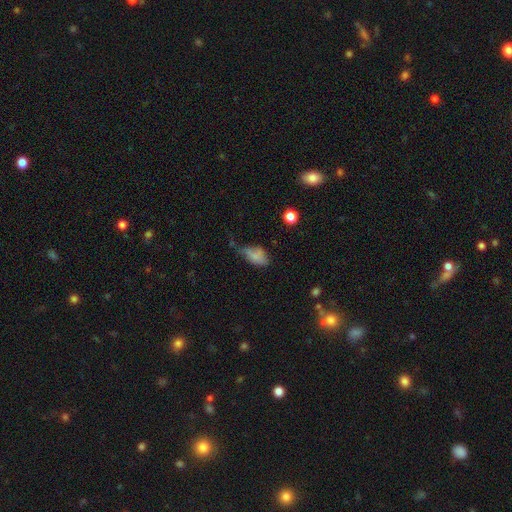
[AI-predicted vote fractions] smooth 70%, featured or disk 18%, star or artifact 12%. Down the decision tree: how rounded — in between (89%); merging — minor disturbance (40%).